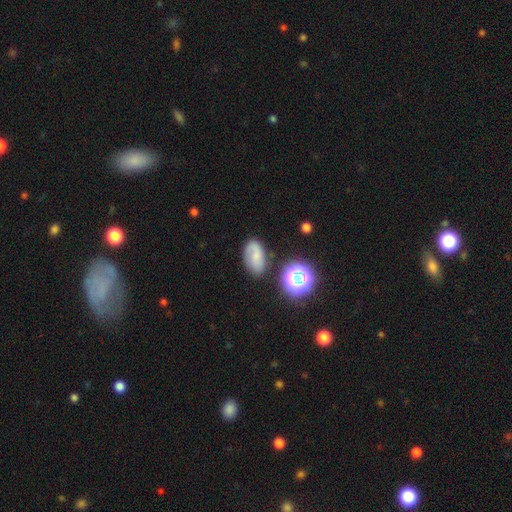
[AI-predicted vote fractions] This appears to be a smooth galaxy with no disk features (53%) that is in between round and cigar-shaped (85%). Merging: none (68%).